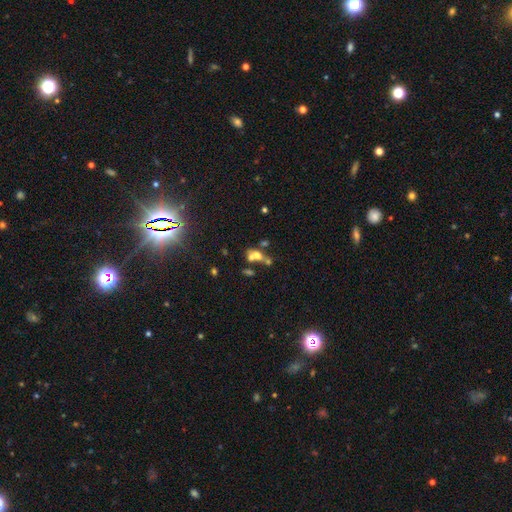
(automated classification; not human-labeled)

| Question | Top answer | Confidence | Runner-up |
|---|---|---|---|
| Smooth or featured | smooth | 50% | featured or disk (31%) |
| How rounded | in between | 52% | round (42%) |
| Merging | merger | 56% | none (28%) |